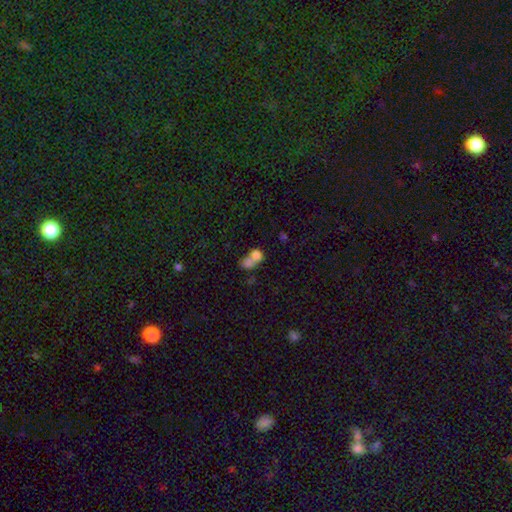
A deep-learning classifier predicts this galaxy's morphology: A smooth galaxy with no disk features (70%) that is round (58%). Merging: merger (66%).